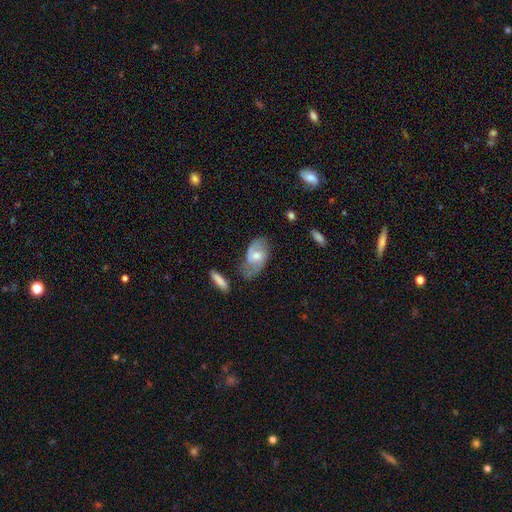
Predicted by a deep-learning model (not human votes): Smooth or featured? featured or disk (62%)
Edge-on disk? no (93%)
Bar? no (49%)
Spiral arms? yes (83%)
Bulge size? moderate (61%)
Merging? none (59%)